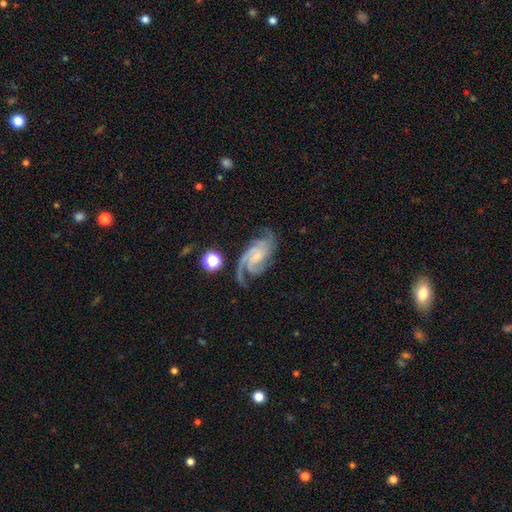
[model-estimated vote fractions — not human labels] Smooth or featured? Predicted: featured or disk (p=0.88). Edge-on disk? Predicted: no (p=0.97). Bar? Predicted: no (p=0.55). Spiral arms? Predicted: yes (p=0.98). Spiral winding? Predicted: medium (p=0.47). Spiral arm count? Predicted: 3 (p=0.43). Bulge size? Predicted: small (p=0.55). Merging? Predicted: none (p=0.65).